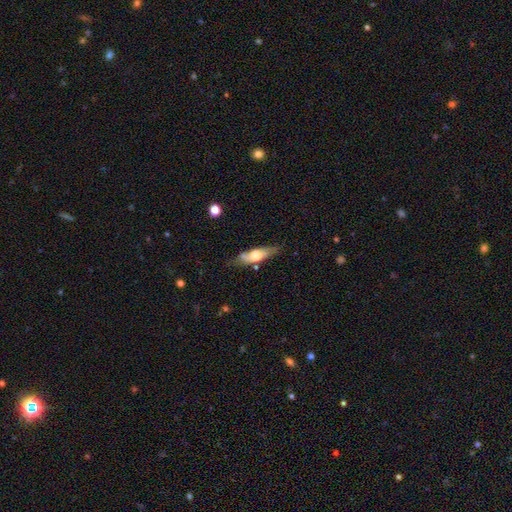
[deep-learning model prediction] This is possibly a smooth galaxy (54%). How rounded: possibly in between (49%, tied with cigar-shaped). Merging: likely none (68%).